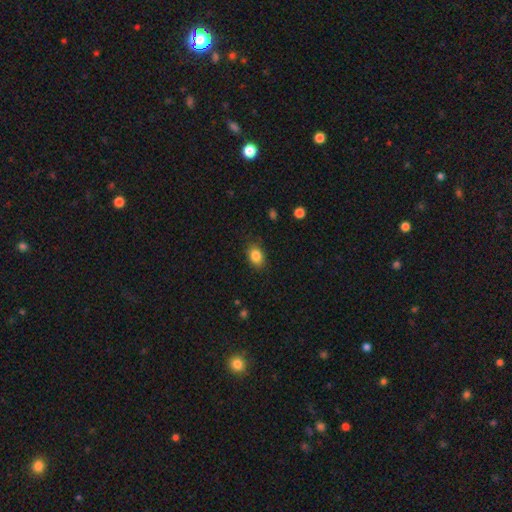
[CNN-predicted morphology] smooth-or-featured: smooth: 86% | star or artifact: 9% | featured or disk: 5%
  how-rounded: in between: 75% | round: 23% | cigar-shaped: 1%
  merging: none: 84% | minor disturbance: 12% | major disturbance: 3% | merger: 1%